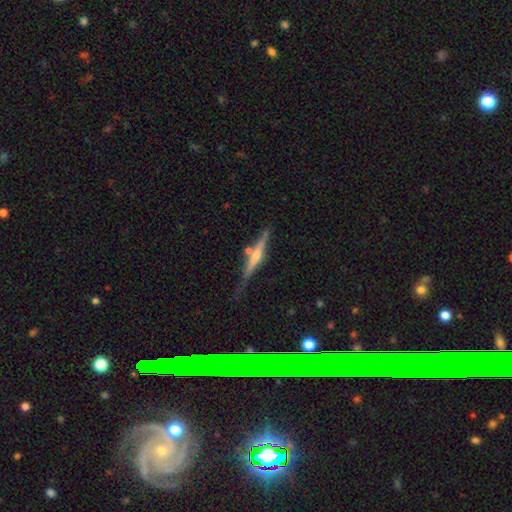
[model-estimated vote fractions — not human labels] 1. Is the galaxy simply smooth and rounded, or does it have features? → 68% featured or disk, 24% smooth, 8% star or artifact.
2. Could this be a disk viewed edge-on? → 96% yes, 4% no.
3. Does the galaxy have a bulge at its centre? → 71% rounded, 20% none, 9% boxy.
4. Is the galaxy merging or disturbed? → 72% none, 17% minor disturbance, 8% merger, 4% major disturbance.